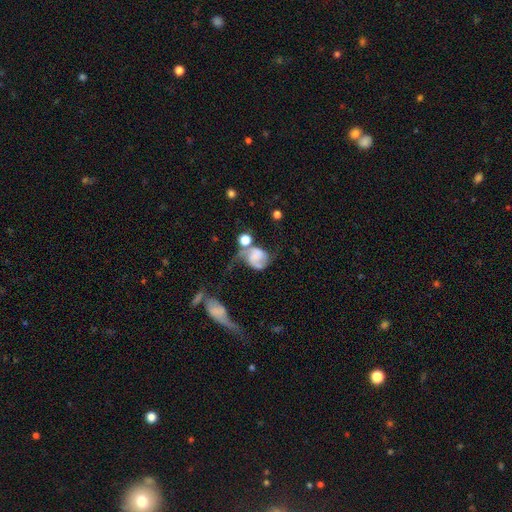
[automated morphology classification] Smooth or featured: featured or disk — 55% (smooth — 35%)
Edge-on disk: no — 97% (yes — 3%)
Bar: no — 66% (weak — 25%)
Spiral arms: yes — 83% (no — 17%)
Bulge size: none — 52% (small — 21%)
Merging: major disturbance — 29% (merger — 26%)